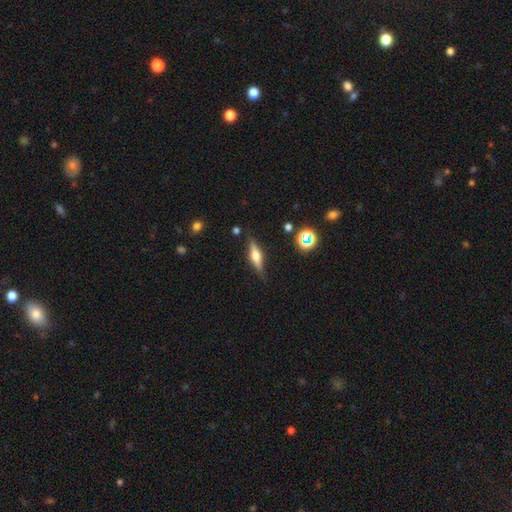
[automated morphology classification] The model was most divided on "smooth or featured": featured or disk: 61%, smooth: 31%, star or artifact: 8%. More confident: edge-on disk — yes (95%); edge-on bulge — rounded (91%); merging — none (84%).